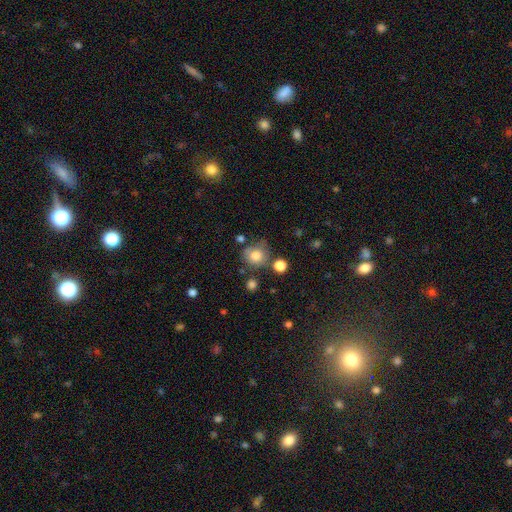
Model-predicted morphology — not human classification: Overall: smooth (80%). How rounded: round (87%). Merging: none (66%).